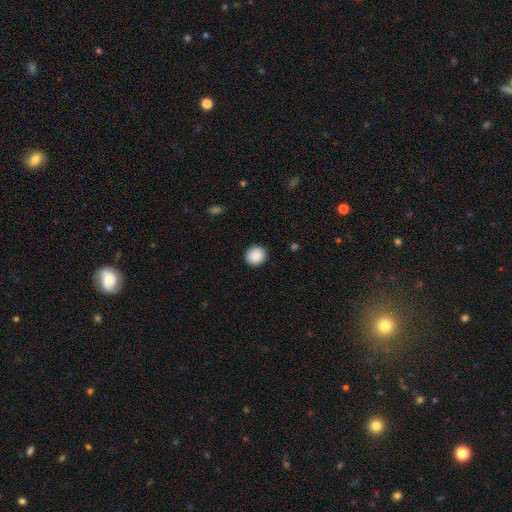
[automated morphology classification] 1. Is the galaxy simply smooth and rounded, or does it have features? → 89% smooth, 8% star or artifact, 3% featured or disk.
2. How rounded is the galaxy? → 92% round, 7% in between, 1% cigar-shaped.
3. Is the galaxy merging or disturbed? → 92% none, 6% minor disturbance, 2% major disturbance, 1% merger.